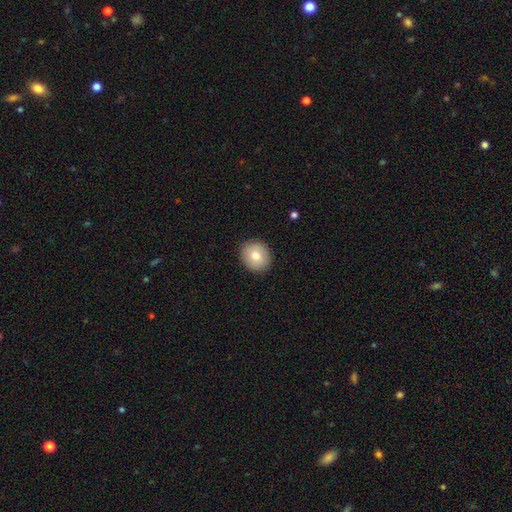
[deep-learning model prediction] A smooth galaxy with no disk features (78%) that is round (81%). Merging: none (91%).